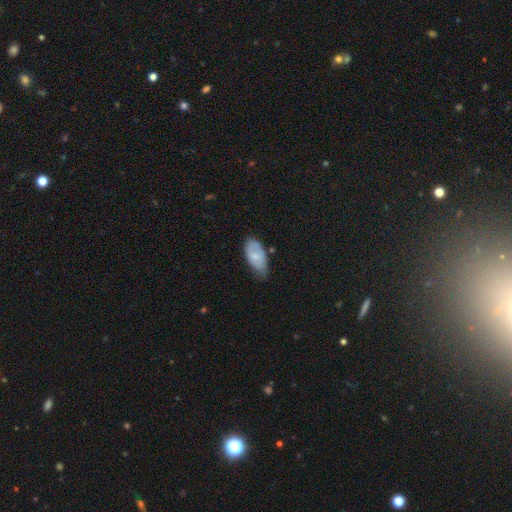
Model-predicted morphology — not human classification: Smooth or featured? smooth (66%)
How rounded? in between (93%)
Merging? none (53%)